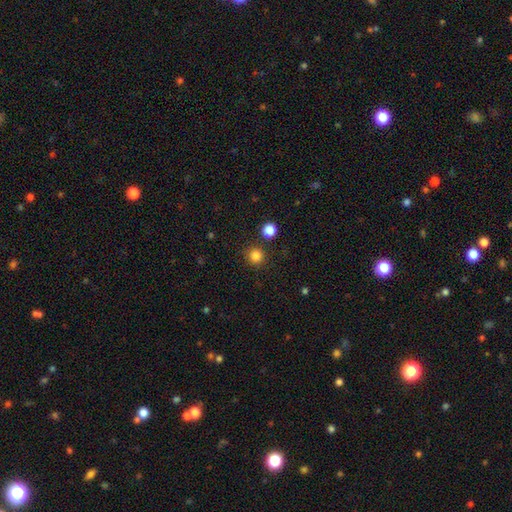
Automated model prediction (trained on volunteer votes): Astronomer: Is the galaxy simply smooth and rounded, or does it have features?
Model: smooth — 84%.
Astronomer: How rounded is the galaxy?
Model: round — 94%.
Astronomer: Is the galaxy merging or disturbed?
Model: none — 88%.